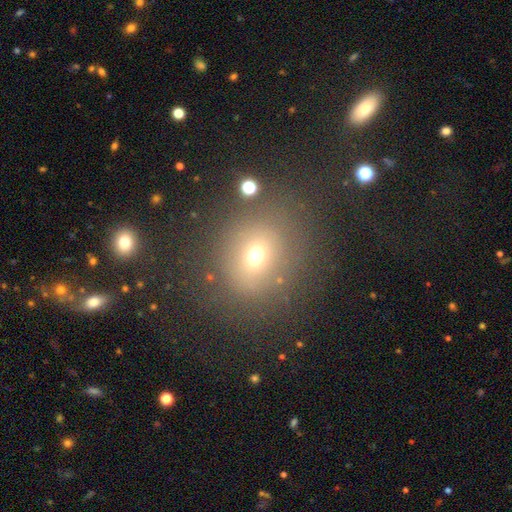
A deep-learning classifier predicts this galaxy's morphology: Smooth or featured?
  - smooth: 66% *
  - star or artifact: 21%
  - featured or disk: 14%
How rounded?
  - round: 73% *
  - in between: 26%
  - cigar-shaped: 1%
Merging?
  - none: 75% *
  - minor disturbance: 13%
  - major disturbance: 8%
  - merger: 4%